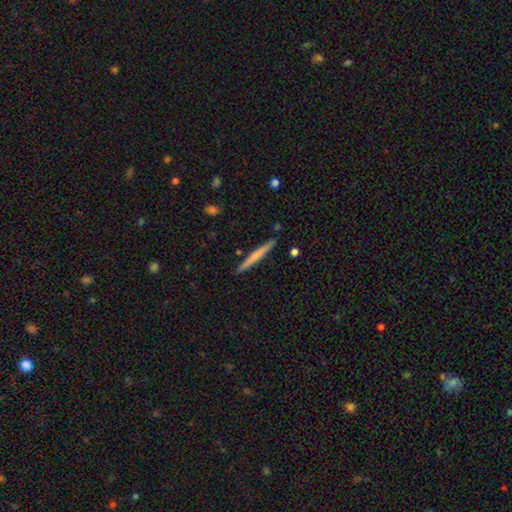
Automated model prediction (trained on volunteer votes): Smooth or featured? smooth (59%)
How rounded? cigar-shaped (96%)
Merging? none (90%)